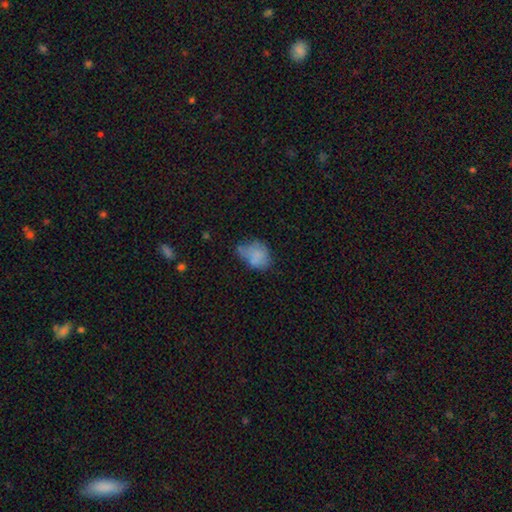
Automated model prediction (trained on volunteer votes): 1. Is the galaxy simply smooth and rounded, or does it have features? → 70% smooth, 19% featured or disk, 11% star or artifact.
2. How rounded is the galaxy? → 69% in between, 30% round, 1% cigar-shaped.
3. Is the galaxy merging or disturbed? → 36% minor disturbance, 35% none, 21% major disturbance, 8% merger.